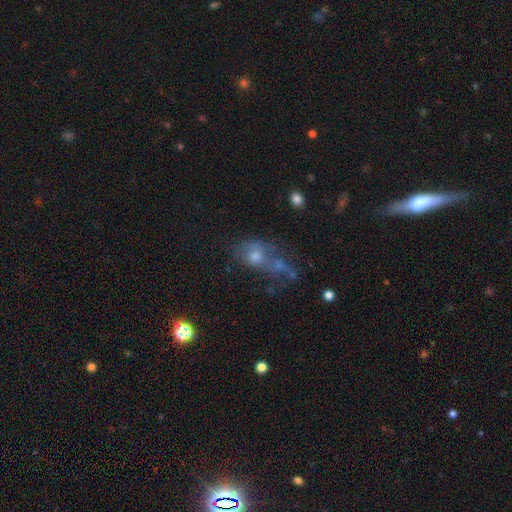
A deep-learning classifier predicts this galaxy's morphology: This appears to be a smooth galaxy with no disk features (47%). Merging: none (34%).